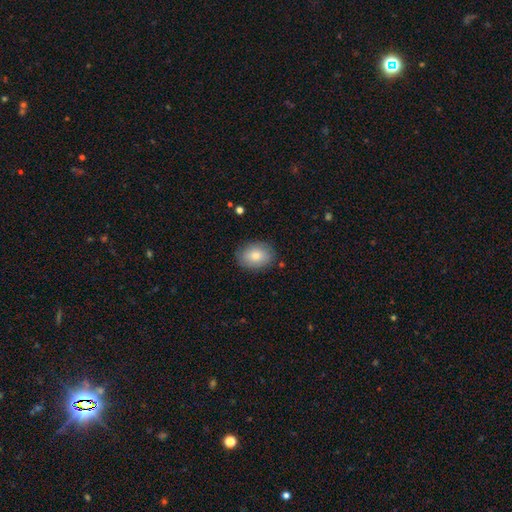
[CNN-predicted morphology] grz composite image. It shows a smooth galaxy with no disk features (80%) that is in between round and cigar-shaped (67%). Merging: none (85%).